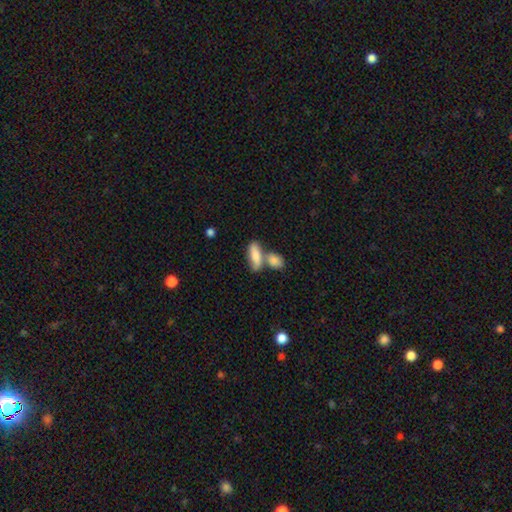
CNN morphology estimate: Smooth or featured? Predicted: smooth (p=0.72). How rounded? Predicted: in between (p=0.72). Merging? Predicted: merger (p=0.43).